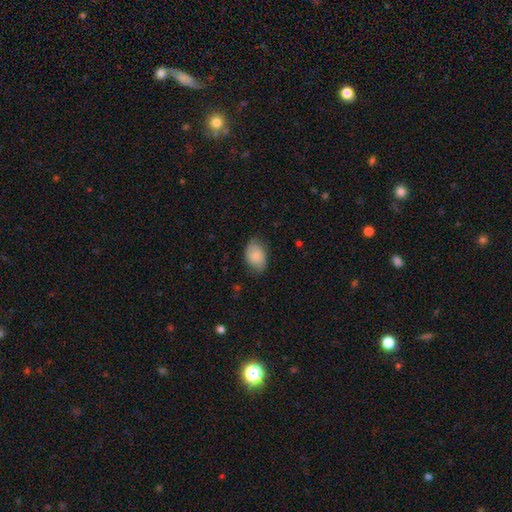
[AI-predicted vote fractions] Smooth or featured? Predicted: smooth (p=0.81). How rounded? Predicted: in between (p=0.86). Merging? Predicted: none (p=0.74).